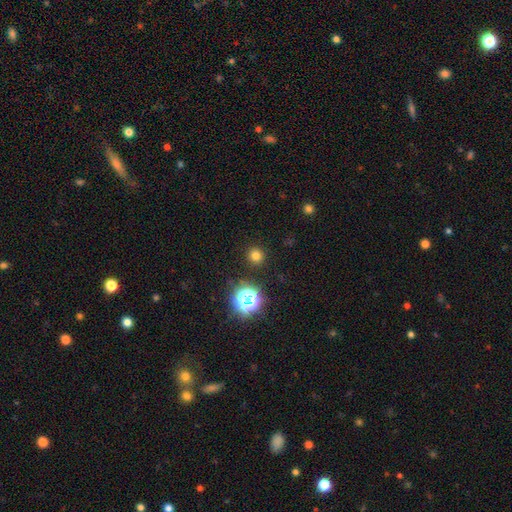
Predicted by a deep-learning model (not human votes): This appears to be a smooth galaxy with no disk features (73%) that is round (93%). Merging: none (91%).